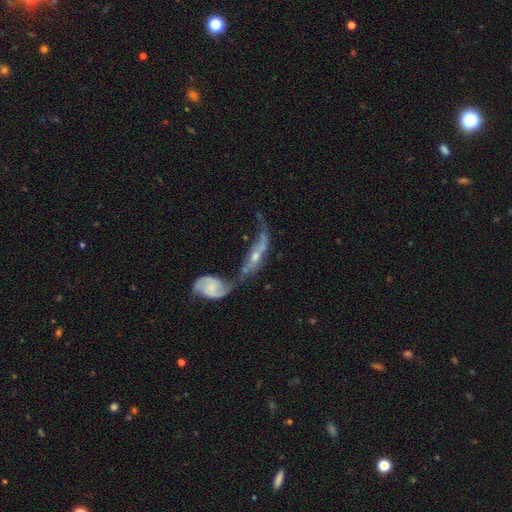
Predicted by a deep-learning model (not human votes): Smooth or featured?
  - featured or disk: 74% *
  - smooth: 18%
  - star or artifact: 8%
Edge-on disk?
  - no: 75% *
  - yes: 25%
Bar?
  - no: 59% *
  - weak: 29%
  - strong: 13%
Spiral arms?
  - yes: 73% *
  - no: 27%
Bulge size?
  - small: 49% *
  - moderate: 38%
  - none: 8%
  - large: 3%
  - dominant: 1%
Merging?
  - merger: 55% *
  - major disturbance: 19%
  - none: 16%
  - minor disturbance: 10%